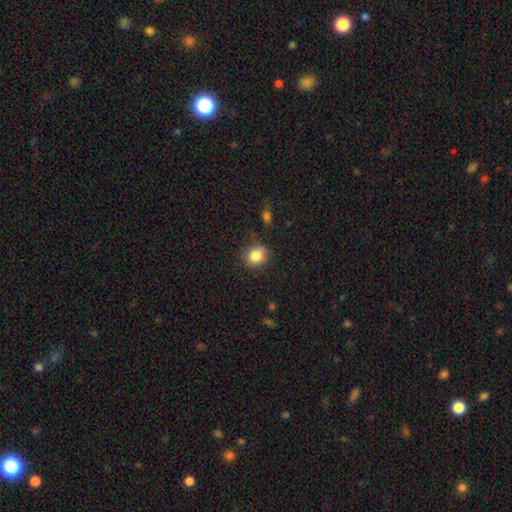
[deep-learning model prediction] Smooth or featured?
  - smooth: 83% *
  - star or artifact: 10%
  - featured or disk: 6%
How rounded?
  - round: 73% *
  - in between: 26%
  - cigar-shaped: 1%
Merging?
  - none: 75% *
  - minor disturbance: 18%
  - major disturbance: 4%
  - merger: 3%